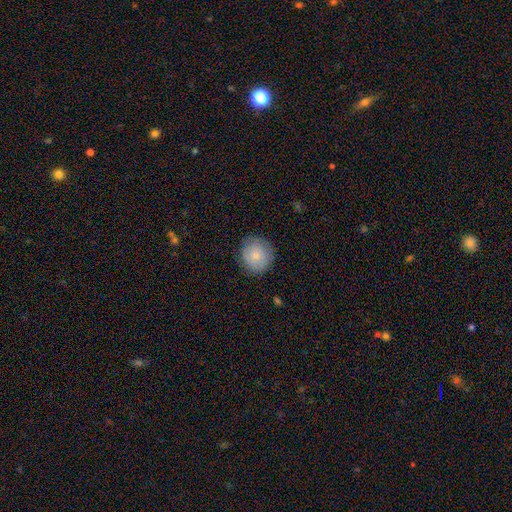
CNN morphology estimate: A smooth galaxy with no disk features (82%) that is round (90%).

Vote fractions:
- Smooth or featured? smooth: 82% / featured or disk: 10% / star or artifact: 8%
- How rounded? round: 90% / in between: 9% / cigar-shaped: 1%
- Merging? none: 85% / minor disturbance: 11% / major disturbance: 3% / merger: 1%